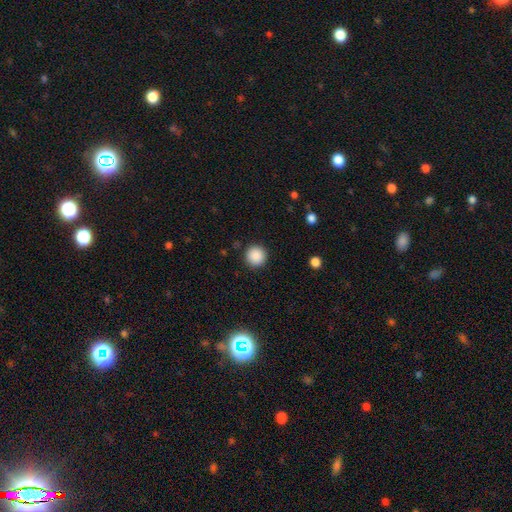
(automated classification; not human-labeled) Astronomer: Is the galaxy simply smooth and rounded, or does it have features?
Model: smooth — 88%.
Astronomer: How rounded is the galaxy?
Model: round — 96%.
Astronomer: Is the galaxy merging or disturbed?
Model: none — 92%.